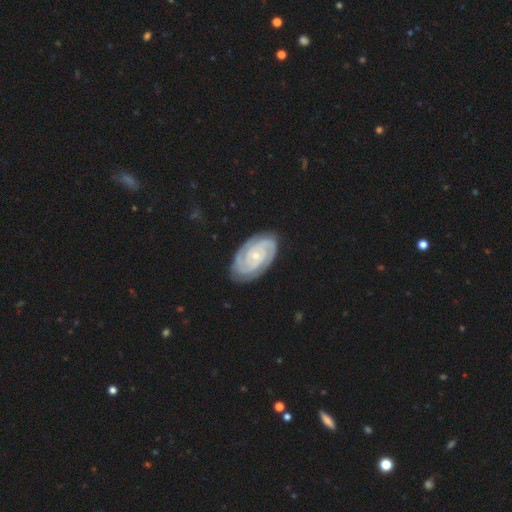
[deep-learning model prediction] A featured or disk galaxy (91%) with no bar (67%), 2 (53%) tight (82%) spiral arms (98%) and a small central bulge (78%).

Vote fractions:
- Smooth or featured? featured or disk: 91% / smooth: 5% / star or artifact: 4%
- Edge-on disk? no: 97% / yes: 3%
- Bar? no: 67% / weak: 24% / strong: 9%
- Spiral arms? yes: 98% / no: 2%
- Spiral winding? tight: 82% / medium: 16% / loose: 2%
- Spiral arm count? 2: 53% / 3: 21% / can't tell: 10% / 4: 7% / more than 4: 4% / 1: 4%
- Bulge size? small: 78% / moderate: 18% / none: 2% / large: 1% / dominant: 1%
- Merging? none: 84% / minor disturbance: 12% / major disturbance: 3% / merger: 1%